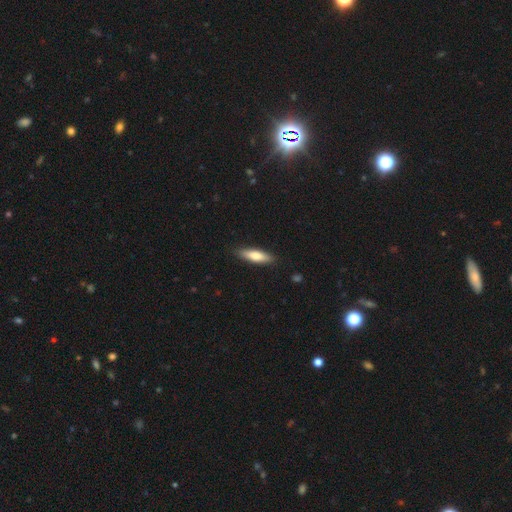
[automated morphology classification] A smooth galaxy with no disk features (70%) that is cigar-shaped (63%).

Vote fractions:
- Smooth or featured? smooth: 70% / featured or disk: 25% / star or artifact: 5%
- How rounded? cigar-shaped: 63% / in between: 35% / round: 2%
- Merging? none: 88% / minor disturbance: 9% / major disturbance: 2% / merger: 1%